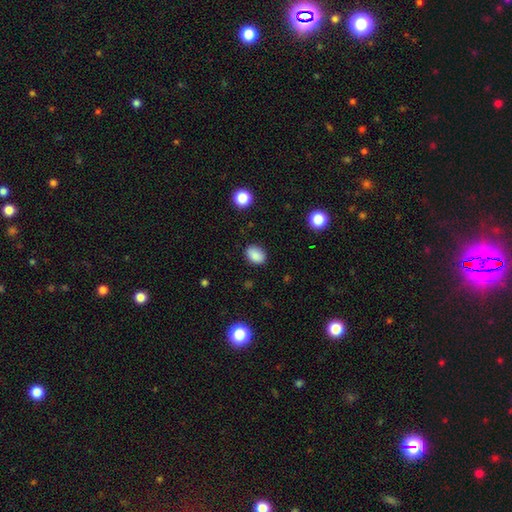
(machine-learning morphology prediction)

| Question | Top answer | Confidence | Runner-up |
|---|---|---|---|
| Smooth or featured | smooth | 86% | star or artifact (9%) |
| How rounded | in between | 72% | round (26%) |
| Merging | none | 86% | minor disturbance (11%) |